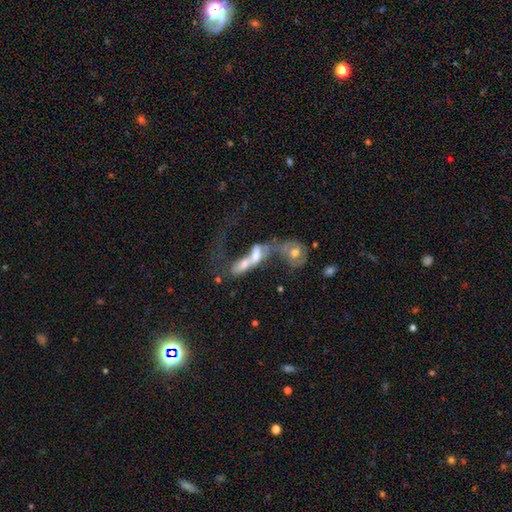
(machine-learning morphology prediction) This is possibly a featured or disk galaxy (50%). Merging: likely merger (78%).